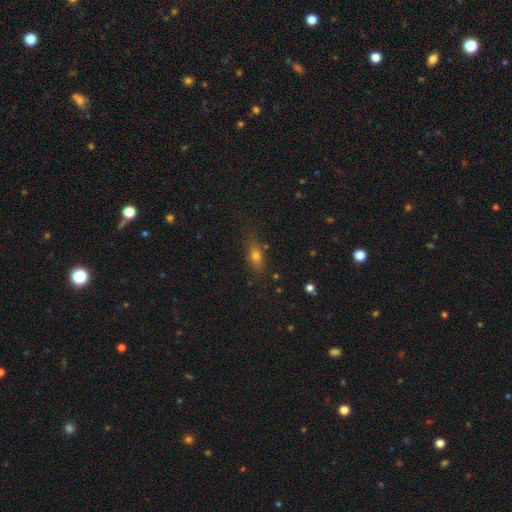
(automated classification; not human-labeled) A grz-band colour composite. It shows a smooth galaxy with no disk features (66%) that is in between round and cigar-shaped (64%). Merging: none (75%).